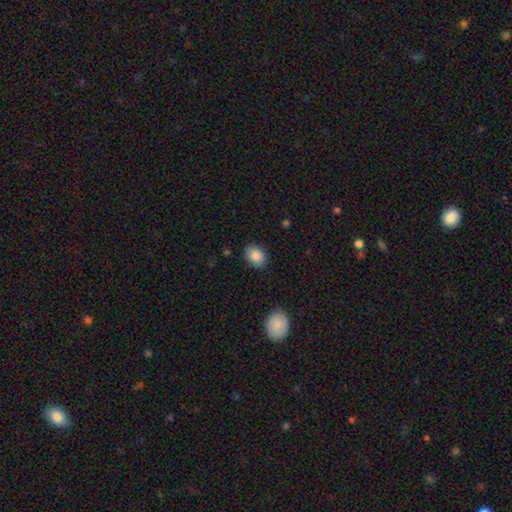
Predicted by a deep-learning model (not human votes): smooth 87%, star or artifact 8%, featured or disk 6%. Down the decision tree: how rounded — in between (66%); merging — none (86%).